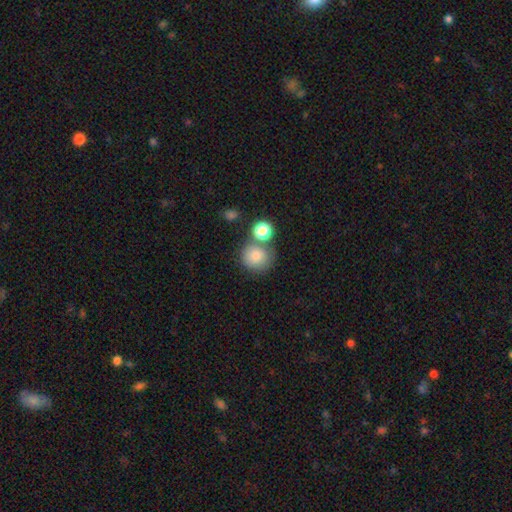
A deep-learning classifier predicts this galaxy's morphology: type=smooth (82%); roundness=round (85%); merging=none (59%).